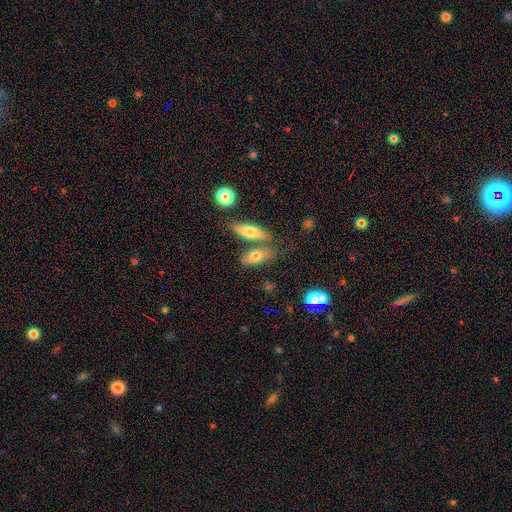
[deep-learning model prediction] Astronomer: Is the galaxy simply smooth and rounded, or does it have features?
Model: smooth — 71%.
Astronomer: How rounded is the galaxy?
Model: in between — 75%.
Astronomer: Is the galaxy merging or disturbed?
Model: none — 56%.